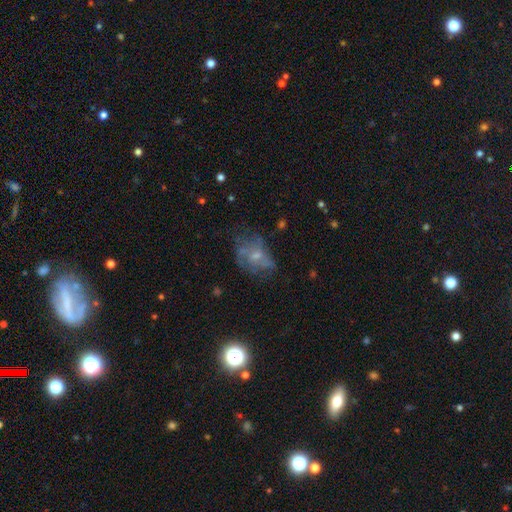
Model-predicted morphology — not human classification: This appears to be a featured or disk galaxy (52%) with no bar (75%), no spiral arms (59%) and a small central bulge (49%). Merging: none (46%).